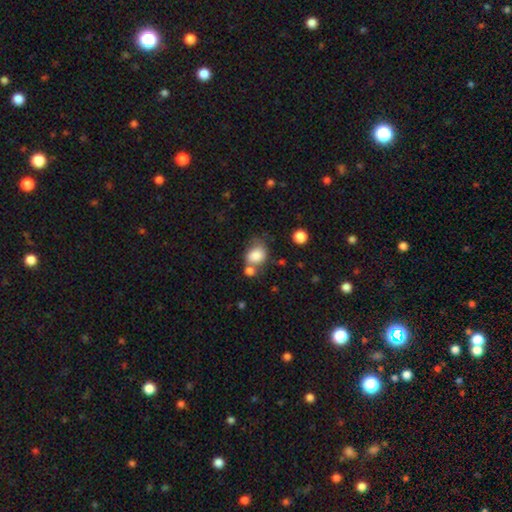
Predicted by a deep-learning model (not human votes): A smooth galaxy with no disk features (81%) that is in between round and cigar-shaped (50%).

Vote fractions:
- Smooth or featured? smooth: 81% / featured or disk: 10% / star or artifact: 9%
- How rounded? in between: 50% / round: 49% / cigar-shaped: 1%
- Merging? none: 38% / merger: 30% / minor disturbance: 21% / major disturbance: 11%